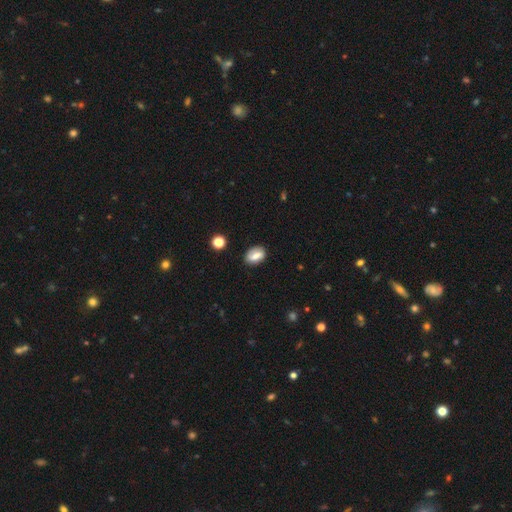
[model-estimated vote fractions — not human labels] The model was most divided on "smooth or featured": smooth: 66%, featured or disk: 24%, star or artifact: 9%. More confident: how rounded — in between (81%); merging — none (78%).